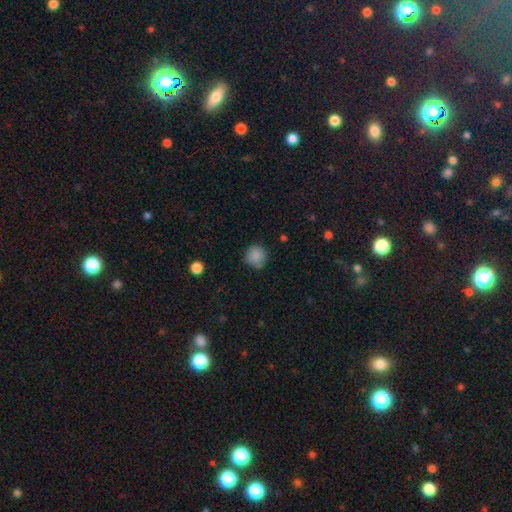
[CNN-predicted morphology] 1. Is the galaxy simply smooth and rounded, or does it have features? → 86% smooth, 10% star or artifact, 4% featured or disk.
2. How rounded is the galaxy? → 92% round, 7% in between, 1% cigar-shaped.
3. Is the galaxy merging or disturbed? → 79% none, 16% minor disturbance, 3% major disturbance, 2% merger.